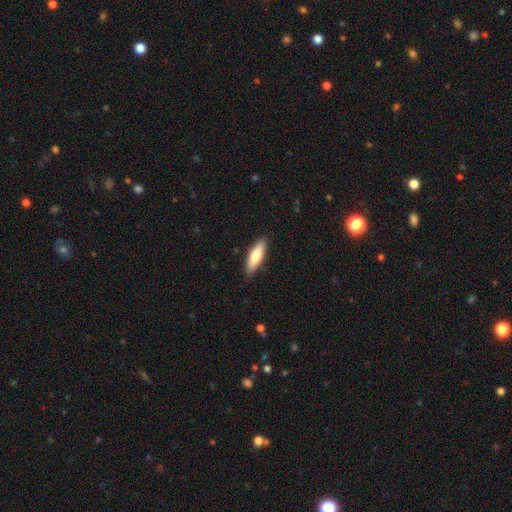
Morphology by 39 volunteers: Smooth or featured?
  - smooth: 87% *
  - featured or disk: 8%
  - star or artifact: 5%
How rounded?
  - cigar-shaped: 62% *
  - in between: 38%
  - round: 0%
Merging?
  - none: 95% *
  - minor disturbance: 3%
  - major disturbance: 3%
  - merger: 0%